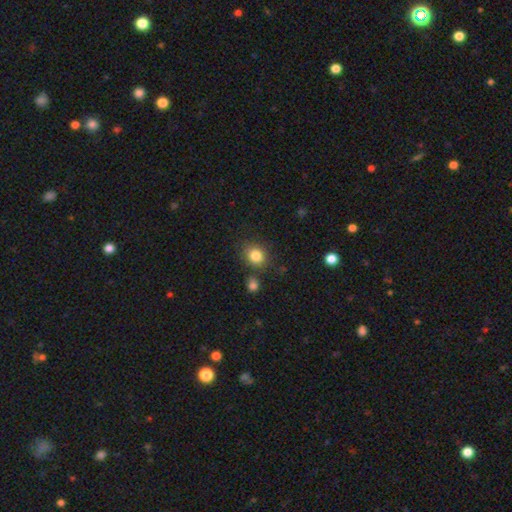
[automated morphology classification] smooth_or_featured: smooth (p=0.84) [alt: star or artifact p=0.10]
how_rounded: round (p=0.75) [alt: in between p=0.24]
merging: none (p=0.78) [alt: minor disturbance p=0.11]